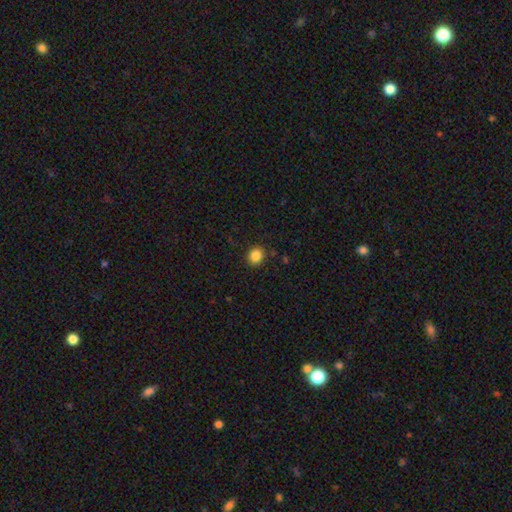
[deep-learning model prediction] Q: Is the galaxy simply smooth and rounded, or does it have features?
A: smooth — 86%.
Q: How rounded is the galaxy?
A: round — 75%.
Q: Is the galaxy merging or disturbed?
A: none — 88%.